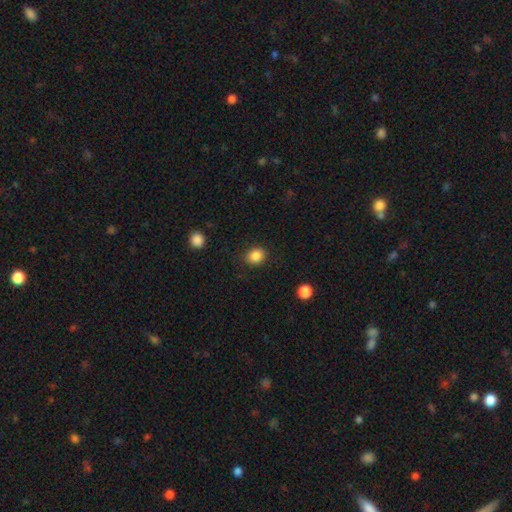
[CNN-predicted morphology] Overall: smooth (87%). How rounded: round (56%; in between 43%). Merging: none (87%).